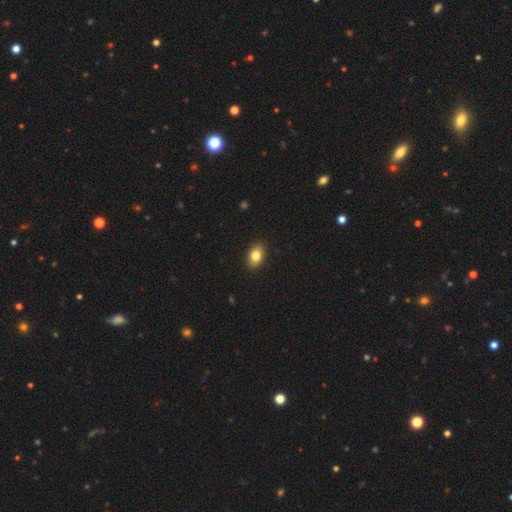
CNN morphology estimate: This appears to be a smooth galaxy with no disk features (83%) that is in between round and cigar-shaped (84%). Merging: none (90%).